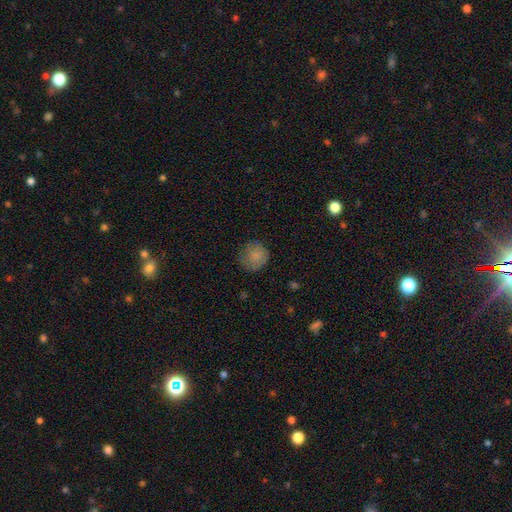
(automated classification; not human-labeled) Smooth or featured: smooth — 83% (star or artifact — 9%)
How rounded: round — 89% (in between — 10%)
Merging: none — 71% (minor disturbance — 22%)